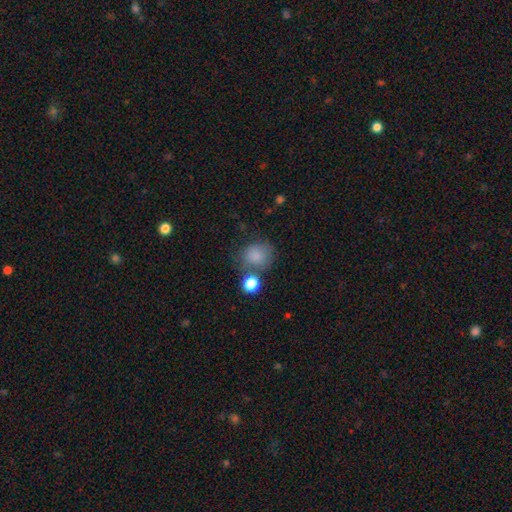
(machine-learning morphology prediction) Q: Smooth or featured?
A: smooth (83%); runner-up: star or artifact (10%)
Q: How rounded?
A: round (79%); runner-up: in between (20%)
Q: Merging?
A: none (60%); runner-up: minor disturbance (18%)